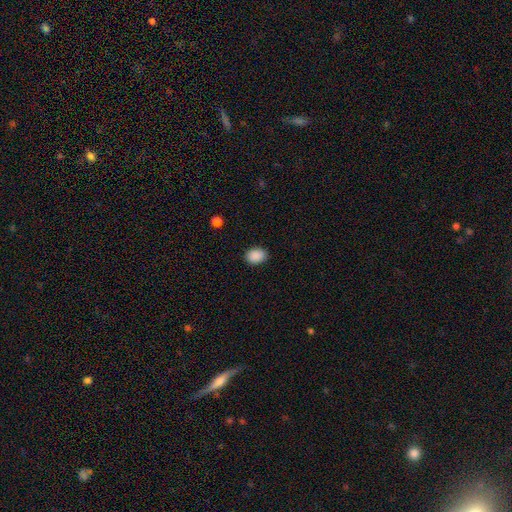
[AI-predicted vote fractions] Smooth or featured? Predicted: smooth (p=0.89). How rounded? Predicted: in between (p=0.70). Merging? Predicted: none (p=0.87).